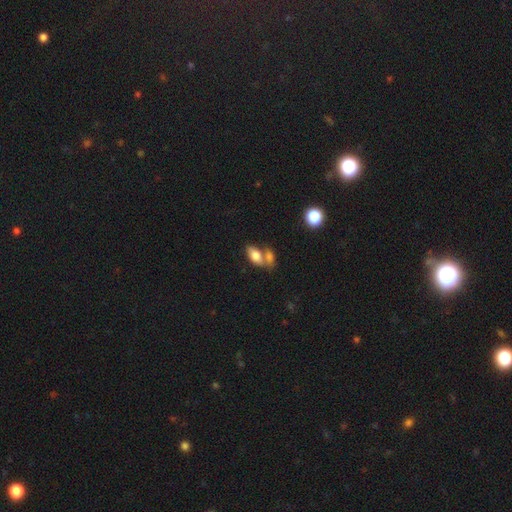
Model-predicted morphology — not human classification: Q: Smooth or featured?
A: smooth (75%); runner-up: featured or disk (17%)
Q: How rounded?
A: in between (89%); runner-up: round (6%)
Q: Merging?
A: merger (52%); runner-up: none (33%)